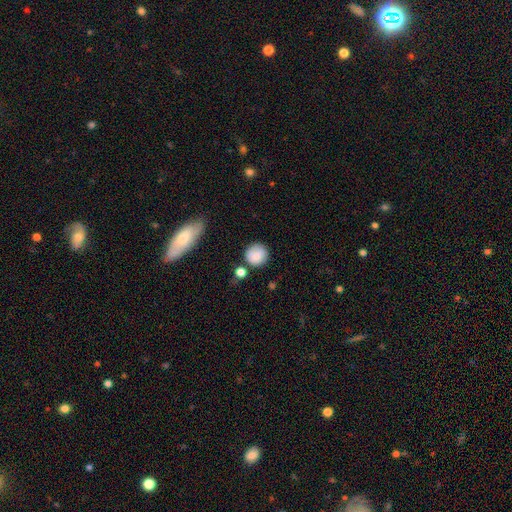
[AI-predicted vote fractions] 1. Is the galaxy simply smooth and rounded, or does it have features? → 83% smooth, 10% featured or disk, 8% star or artifact.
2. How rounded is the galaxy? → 91% round, 8% in between, 1% cigar-shaped.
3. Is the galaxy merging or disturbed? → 73% none, 16% minor disturbance, 7% merger, 4% major disturbance.